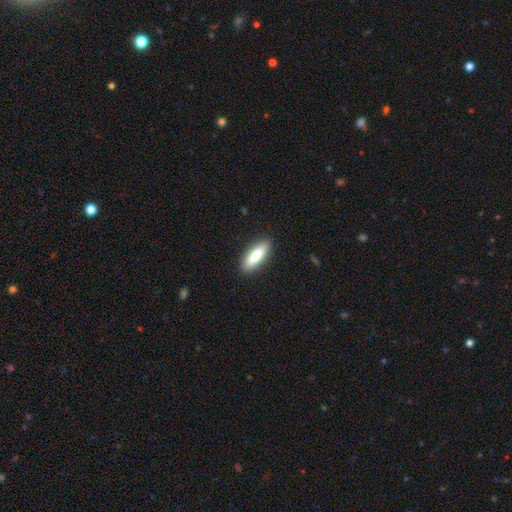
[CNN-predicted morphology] Smooth or featured?
  - smooth: 80% *
  - featured or disk: 15%
  - star or artifact: 6%
How rounded?
  - cigar-shaped: 50% *
  - in between: 48%
  - round: 2%
Merging?
  - none: 90% *
  - minor disturbance: 8%
  - major disturbance: 2%
  - merger: 1%